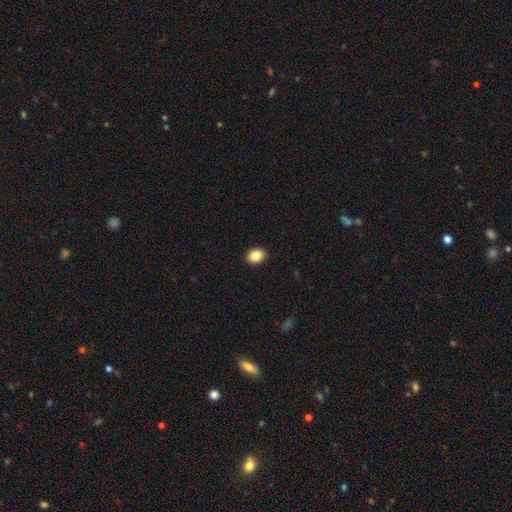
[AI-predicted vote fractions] The model was most divided on "how rounded": in between: 54%, round: 45%, cigar-shaped: 1%. More confident: merging — none (92%); smooth or featured — smooth (86%).